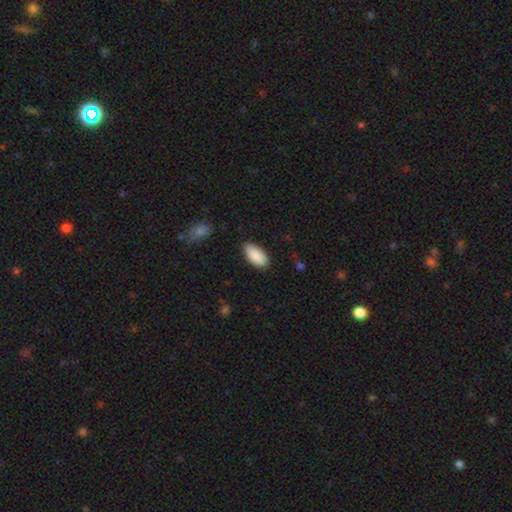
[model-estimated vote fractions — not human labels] Smooth or featured?
  - smooth: 90% *
  - star or artifact: 6%
  - featured or disk: 4%
How rounded?
  - in between: 93% *
  - cigar-shaped: 5%
  - round: 2%
Merging?
  - none: 86% *
  - minor disturbance: 10%
  - major disturbance: 2%
  - merger: 1%